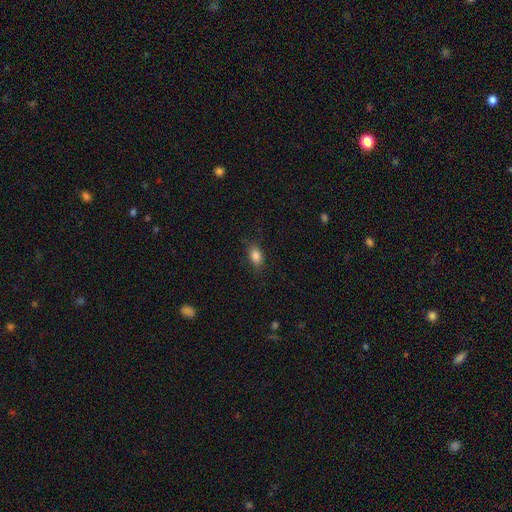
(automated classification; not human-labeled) This appears to be a smooth galaxy with no disk features (85%) that is in between round and cigar-shaped (83%). Merging: none (81%).